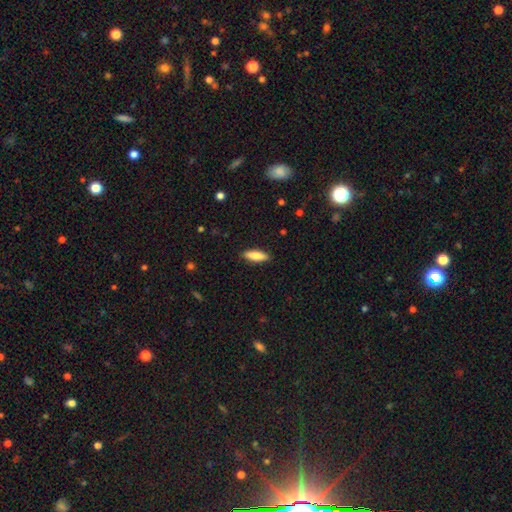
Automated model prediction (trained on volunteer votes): This appears to be a smooth galaxy with no disk features (85%) that is in between round and cigar-shaped (55%). Merging: none (89%).